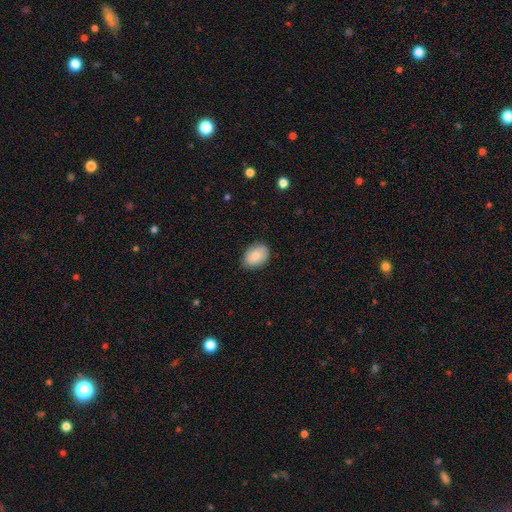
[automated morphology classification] The model was most divided on "how rounded": in between: 76%, round: 23%, cigar-shaped: 1%. More confident: smooth or featured — smooth (82%); merging — none (79%).